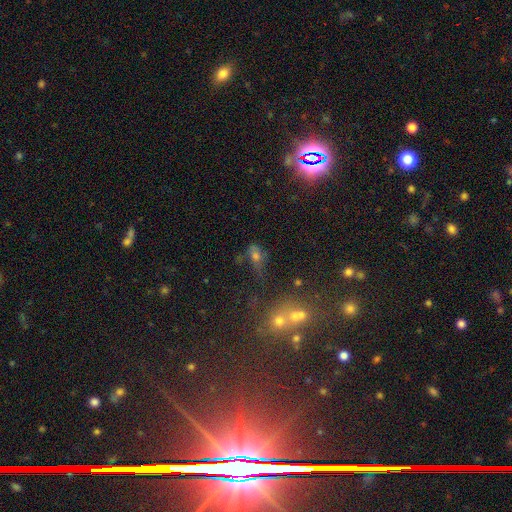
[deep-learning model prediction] The model was most divided on "smooth or featured": smooth: 43%, star or artifact: 32%, featured or disk: 25%. Remaining: merging — none (42%).